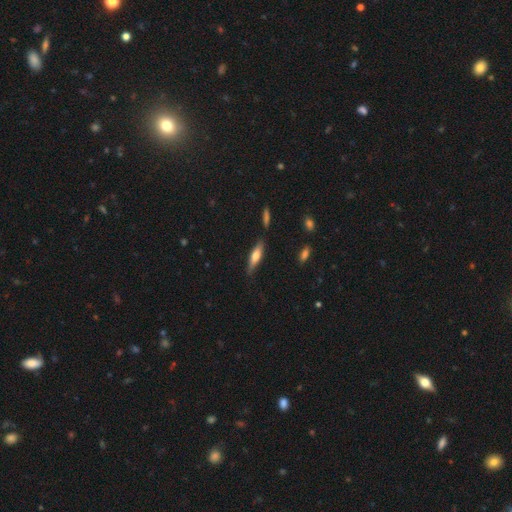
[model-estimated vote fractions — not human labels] smooth-or-featured: smooth: 53% | featured or disk: 40% | star or artifact: 7%
  how-rounded: cigar-shaped: 70% | in between: 29% | round: 2%
  merging: none: 78% | minor disturbance: 16% | major disturbance: 3% | merger: 3%